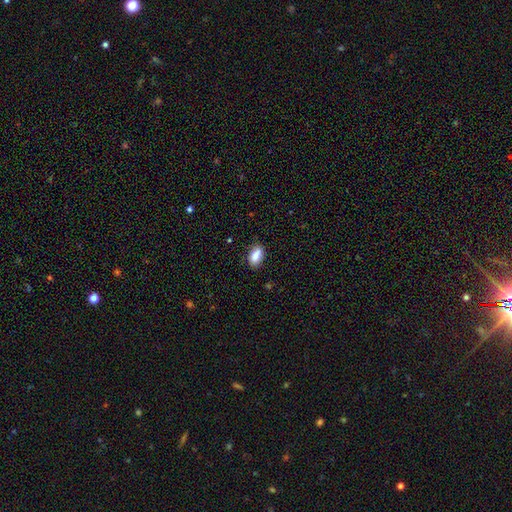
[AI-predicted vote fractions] Morphology: type=smooth (82%); roundness=in between (87%); merging=none (78%).